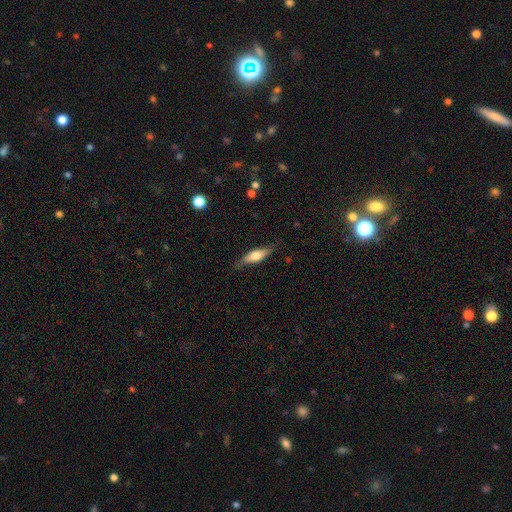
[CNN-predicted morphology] This is possibly a smooth galaxy (55%). How rounded: possibly cigar-shaped (53%). Merging: likely none (76%).